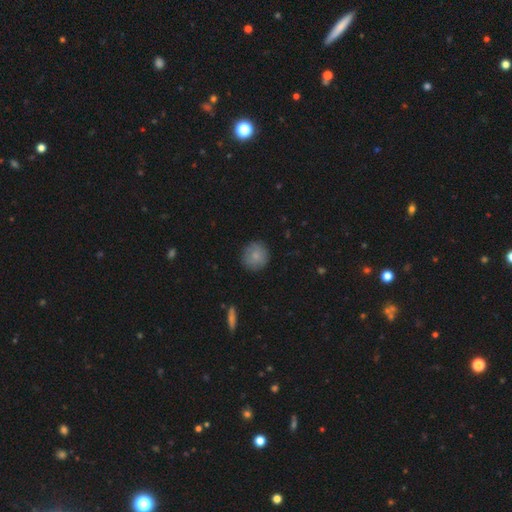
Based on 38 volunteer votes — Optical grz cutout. It shows a smooth galaxy with no disk features (84%) that is round (94%). Merging: none (89%).